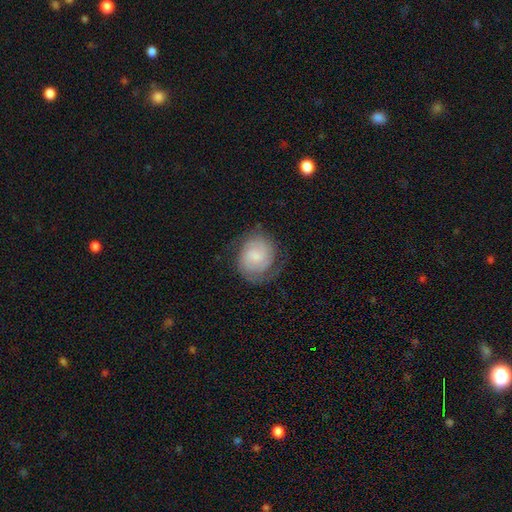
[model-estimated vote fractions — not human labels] A featured or disk galaxy (69%) with no bar (61%), 2 (69%) tight (58%) spiral arms (95%) and a small central bulge (49%).

Vote fractions:
- Smooth or featured? featured or disk: 69% / smooth: 24% / star or artifact: 7%
- Edge-on disk? no: 98% / yes: 2%
- Bar? no: 61% / weak: 34% / strong: 5%
- Spiral arms? yes: 95% / no: 5%
- Spiral winding? tight: 58% / medium: 33% / loose: 9%
- Spiral arm count? 2: 69% / can't tell: 15% / 3: 7% / 1: 4% / 4: 2% / more than 4: 2%
- Bulge size? small: 49% / none: 22% / moderate: 21% / large: 6% / dominant: 2%
- Merging? none: 71% / minor disturbance: 17% / major disturbance: 10% / merger: 1%